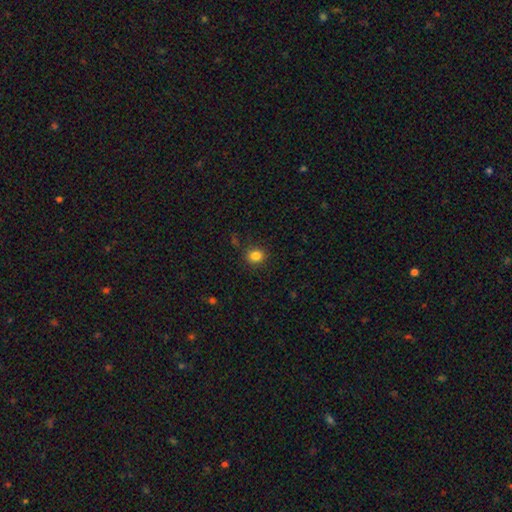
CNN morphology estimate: A smooth galaxy with no disk features (84%) that is round (75%). Merging: none (87%).